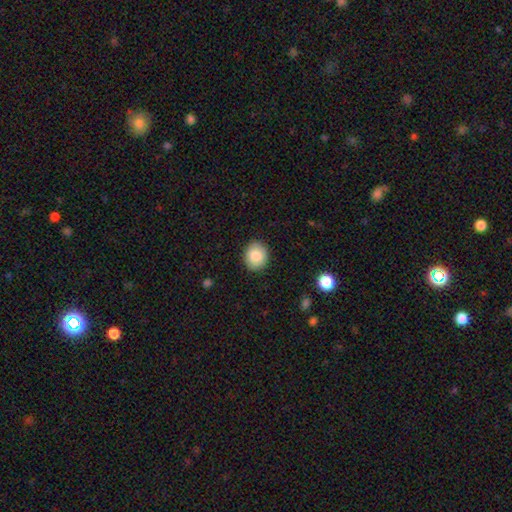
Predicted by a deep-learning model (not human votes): Overall: smooth (85%). How rounded: round (69%; in between 30%). Merging: none (89%).